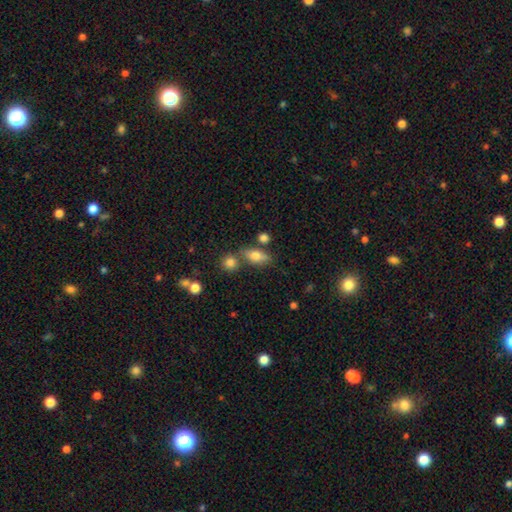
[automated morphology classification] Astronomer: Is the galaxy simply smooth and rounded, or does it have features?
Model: smooth — 70%.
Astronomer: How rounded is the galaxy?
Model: in between — 74%.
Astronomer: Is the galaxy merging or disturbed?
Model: none — 64%.